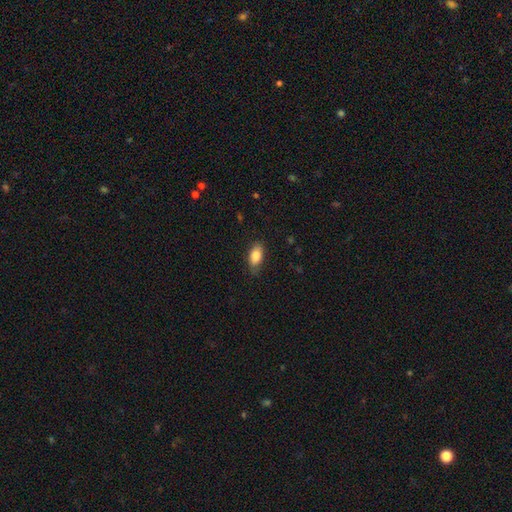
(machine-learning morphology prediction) Smooth or featured: smooth — 84% (featured or disk — 9%)
How rounded: in between — 90% (cigar-shaped — 6%)
Merging: none — 78% (minor disturbance — 17%)